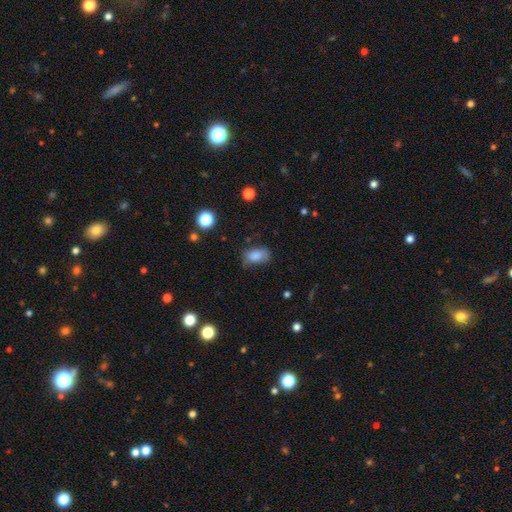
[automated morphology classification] Smooth or featured? smooth (81%)
How rounded? in between (87%)
Merging? none (56%)